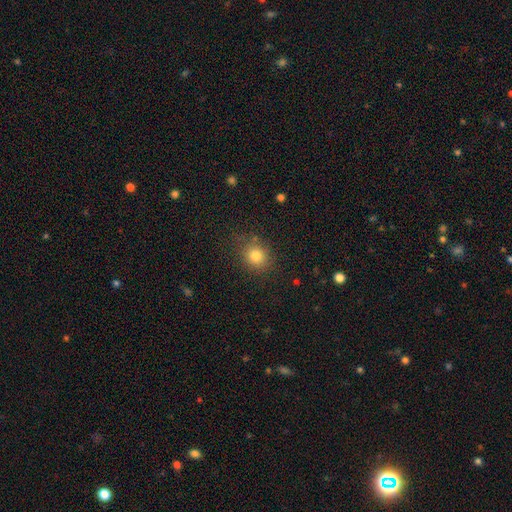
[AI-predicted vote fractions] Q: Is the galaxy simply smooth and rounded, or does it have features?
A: smooth — 81%.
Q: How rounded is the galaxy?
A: round — 77%.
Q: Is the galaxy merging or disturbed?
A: none — 79%.